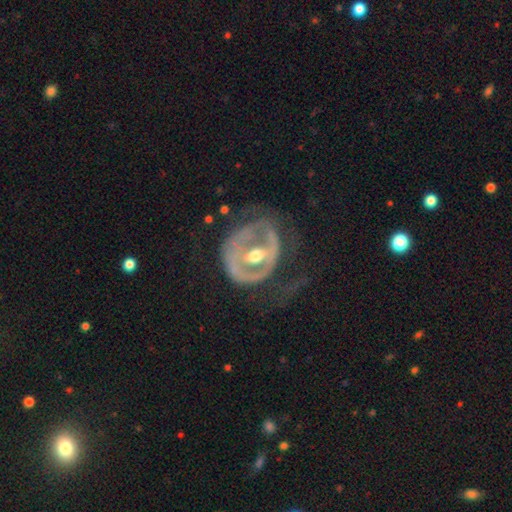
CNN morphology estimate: featured or disk 77%, smooth 17%, star or artifact 6%. Down the decision tree: edge-on disk — no (94%); bar — strong (35%); spiral arms — no (62%); bulge size — moderate (75%); merging — none (40%).